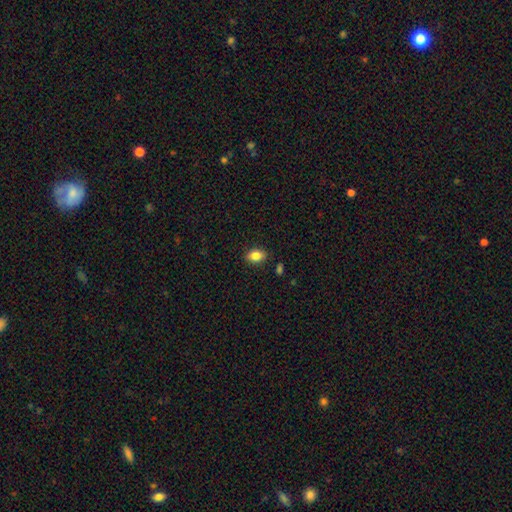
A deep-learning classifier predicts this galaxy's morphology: Overall: smooth (85%). How rounded: in between (77%). Merging: none (86%).